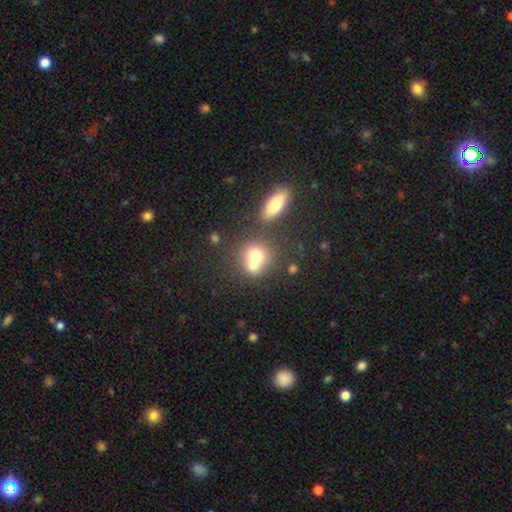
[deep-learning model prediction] This appears to be a smooth galaxy with no disk features (69%) that is round (76%). Merging: merger (57%).